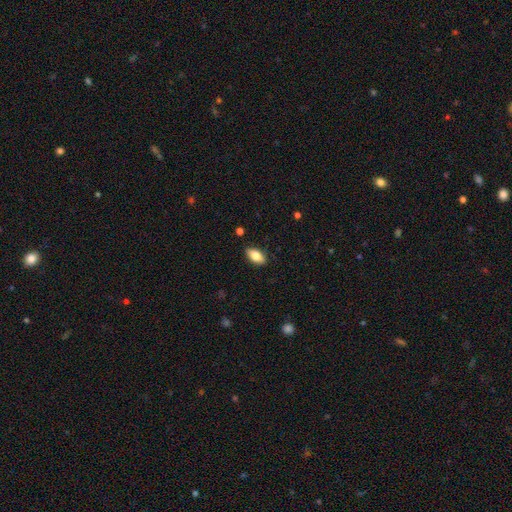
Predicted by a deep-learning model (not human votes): Smooth or featured?
  - smooth: 80% *
  - featured or disk: 13%
  - star or artifact: 7%
How rounded?
  - in between: 91% *
  - cigar-shaped: 6%
  - round: 3%
Merging?
  - none: 87% *
  - minor disturbance: 9%
  - major disturbance: 2%
  - merger: 1%